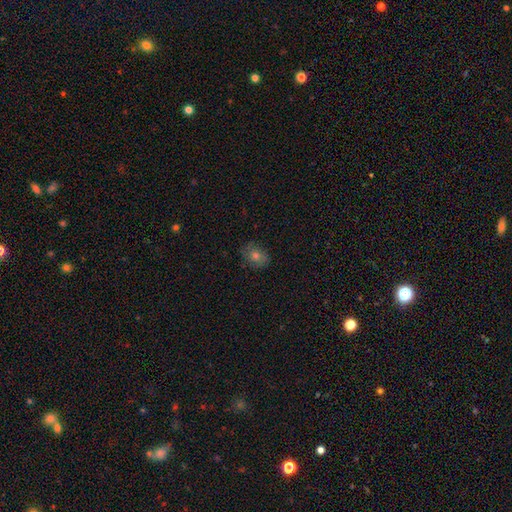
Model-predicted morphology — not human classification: Smooth or featured: smooth — 67% (featured or disk — 17%)
How rounded: in between — 56% (round — 43%)
Merging: none — 80% (minor disturbance — 15%)